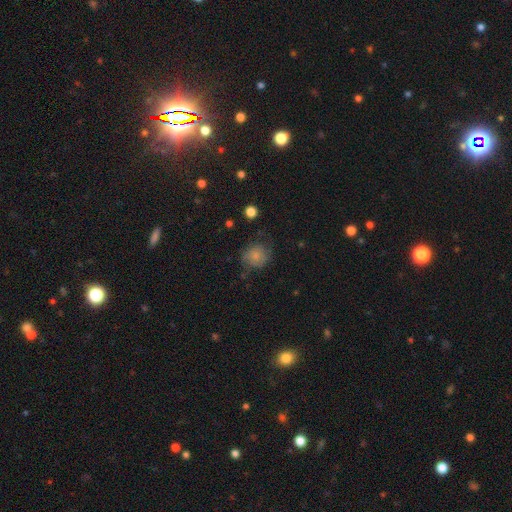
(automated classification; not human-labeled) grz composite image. It shows a smooth galaxy with no disk features (73%) that is round (78%). Merging: none (63%).